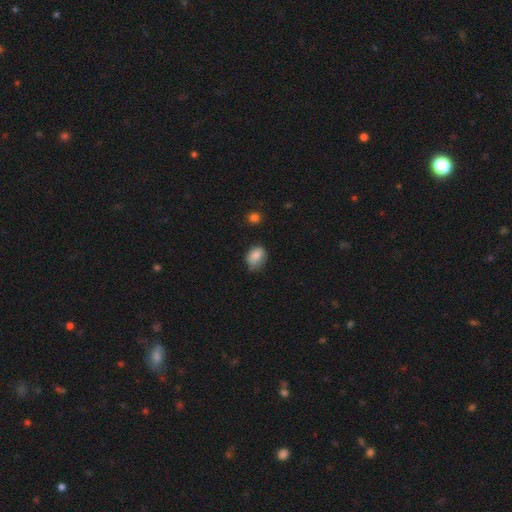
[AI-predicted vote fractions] Morphology: type=smooth (82%); roundness=in between (67%); merging=none (57%).